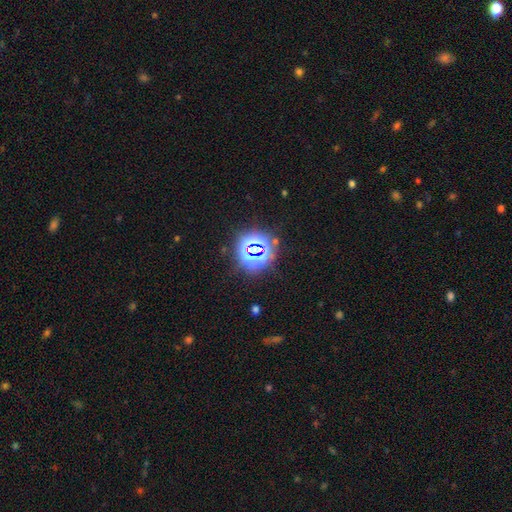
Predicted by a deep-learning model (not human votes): A star or artifact, not a galaxy (75%).